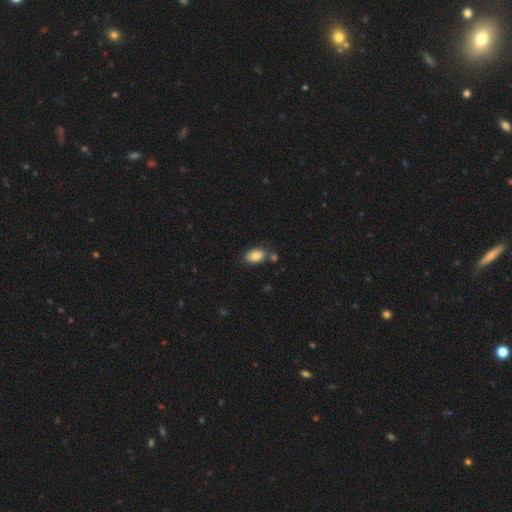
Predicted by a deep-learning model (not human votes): This is clearly a smooth galaxy (87%). How rounded: clearly in between (90%). Merging: likely none (72%).